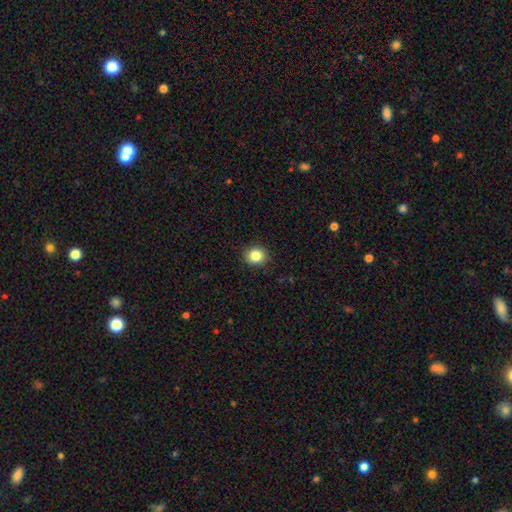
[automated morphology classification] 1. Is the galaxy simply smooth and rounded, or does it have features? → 84% smooth, 11% star or artifact, 5% featured or disk.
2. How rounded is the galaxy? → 84% round, 15% in between, 1% cigar-shaped.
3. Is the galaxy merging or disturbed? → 91% none, 6% minor disturbance, 2% major disturbance, 1% merger.